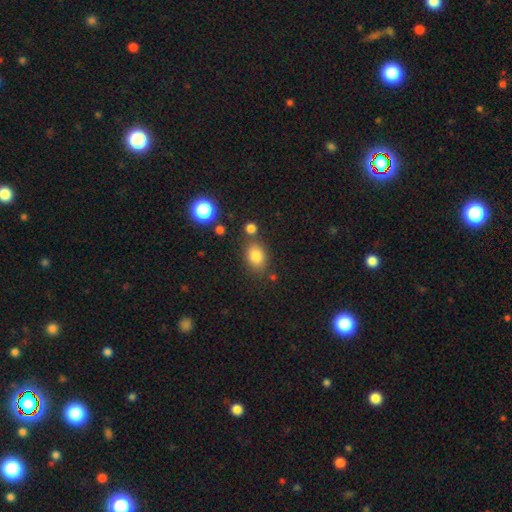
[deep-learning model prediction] This appears to be a smooth galaxy with no disk features (81%) that is in between round and cigar-shaped (67%). Merging: none (73%).